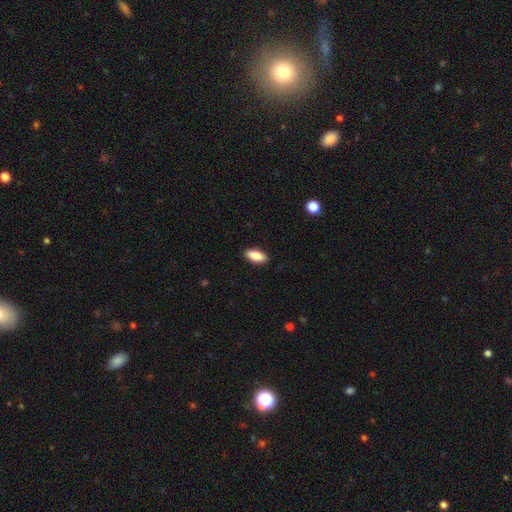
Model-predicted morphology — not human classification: Overall: smooth (84%). How rounded: in between (87%). Merging: none (90%).